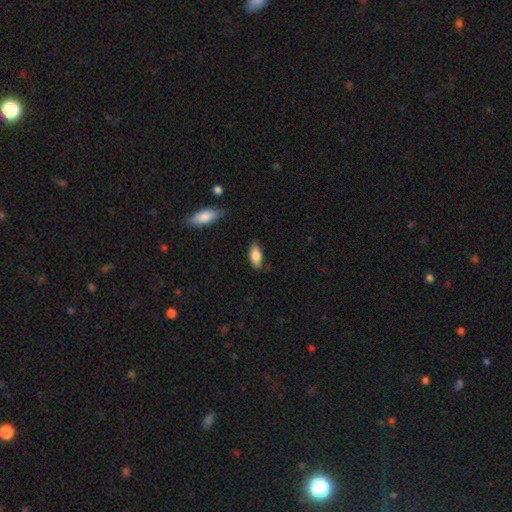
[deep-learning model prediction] Smooth or featured?
  - smooth: 84% *
  - featured or disk: 10%
  - star or artifact: 7%
How rounded?
  - in between: 88% *
  - cigar-shaped: 10%
  - round: 3%
Merging?
  - none: 83% *
  - minor disturbance: 13%
  - major disturbance: 3%
  - merger: 1%